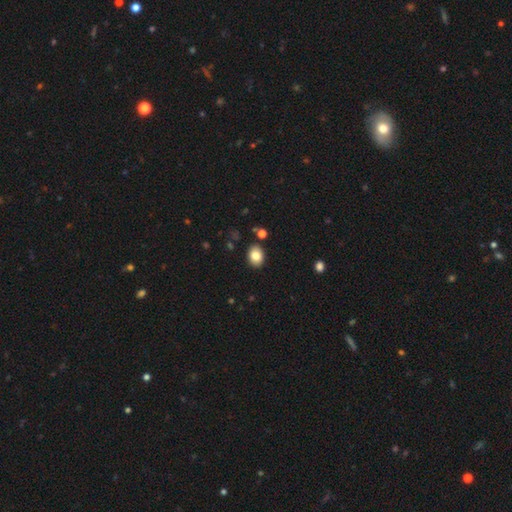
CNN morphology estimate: A smooth galaxy with no disk features (83%) that is in between round and cigar-shaped (68%).

Vote fractions:
- Smooth or featured? smooth: 83% / star or artifact: 9% / featured or disk: 8%
- How rounded? in between: 68% / round: 31% / cigar-shaped: 1%
- Merging? none: 87% / minor disturbance: 8% / merger: 3% / major disturbance: 2%